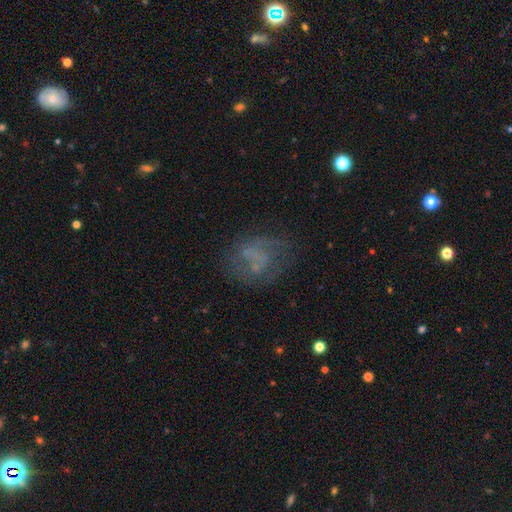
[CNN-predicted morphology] Q: Smooth or featured?
A: featured or disk (50%); runner-up: smooth (33%)
Q: Merging?
A: none (56%); runner-up: major disturbance (21%)